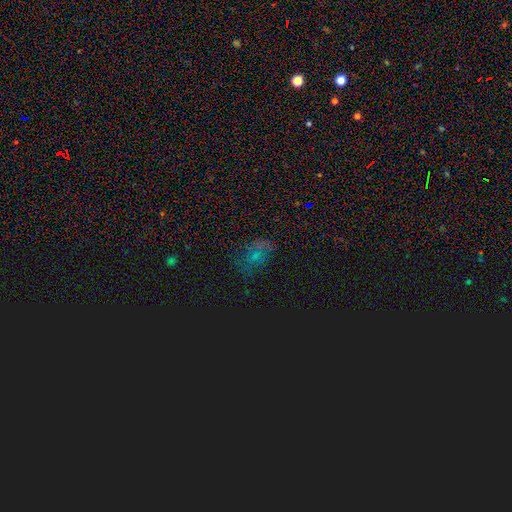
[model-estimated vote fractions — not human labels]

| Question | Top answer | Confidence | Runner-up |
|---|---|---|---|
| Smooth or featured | smooth | 42% | star or artifact (38%) |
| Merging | none | 56% | minor disturbance (23%) |